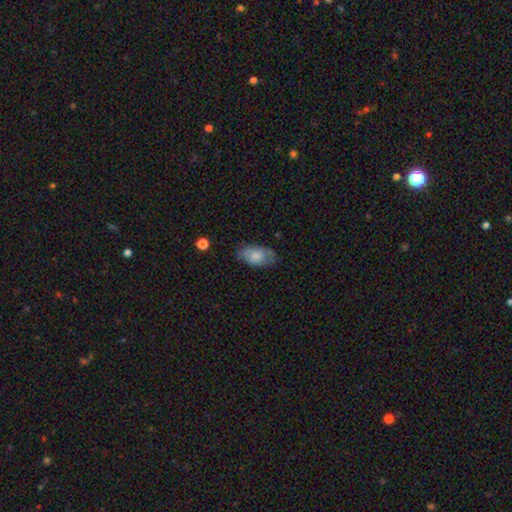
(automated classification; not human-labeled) Smooth or featured? Predicted: smooth (p=0.67). How rounded? Predicted: in between (p=0.93). Merging? Predicted: none (p=0.69).